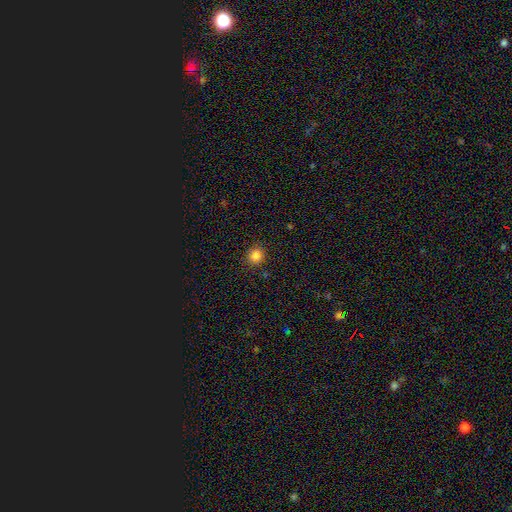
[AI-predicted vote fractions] Smooth or featured?
  - smooth: 84% *
  - star or artifact: 12%
  - featured or disk: 4%
How rounded?
  - round: 89% *
  - in between: 10%
  - cigar-shaped: 1%
Merging?
  - none: 90% *
  - minor disturbance: 7%
  - major disturbance: 2%
  - merger: 1%